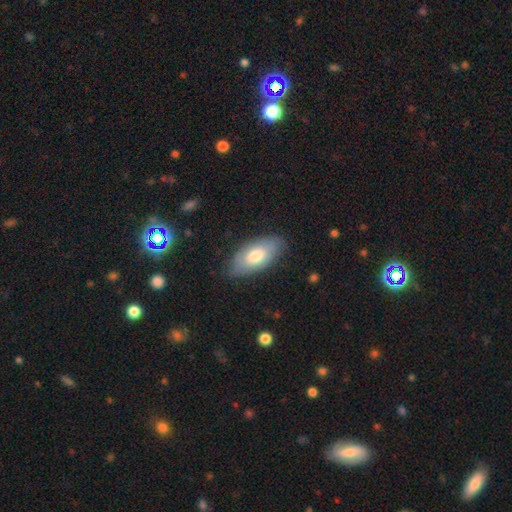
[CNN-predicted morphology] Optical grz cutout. It shows a smooth galaxy with no disk features (71%) that is in between round and cigar-shaped (91%). Merging: none (80%).